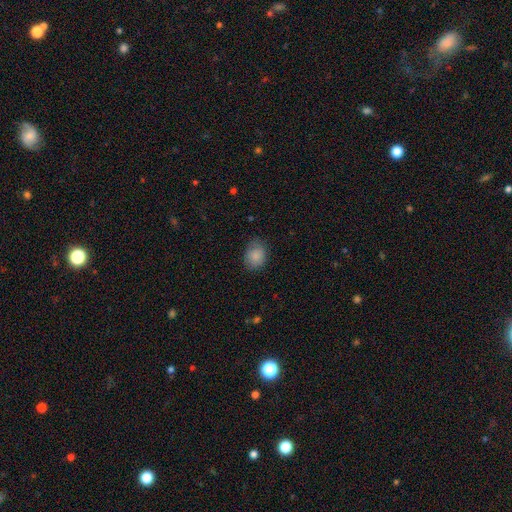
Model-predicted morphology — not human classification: A smooth galaxy with no disk features (87%) that is in between round and cigar-shaped (52%). Merging: none (73%).